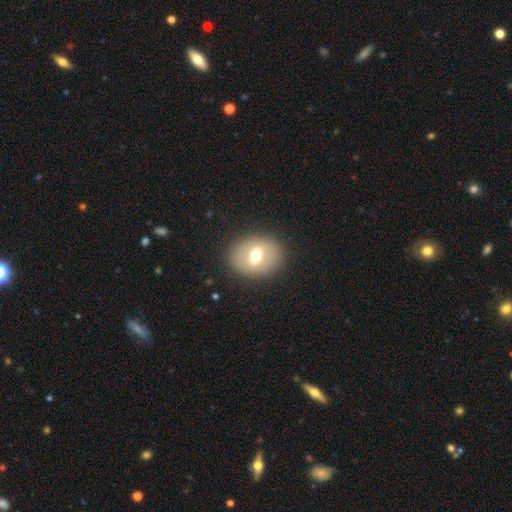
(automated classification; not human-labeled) A smooth galaxy with no disk features (59%) that is round (53%).

Vote fractions:
- Smooth or featured? smooth: 59% / featured or disk: 32% / star or artifact: 9%
- How rounded? round: 53% / in between: 46% / cigar-shaped: 1%
- Merging? none: 86% / minor disturbance: 9% / major disturbance: 4% / merger: 1%